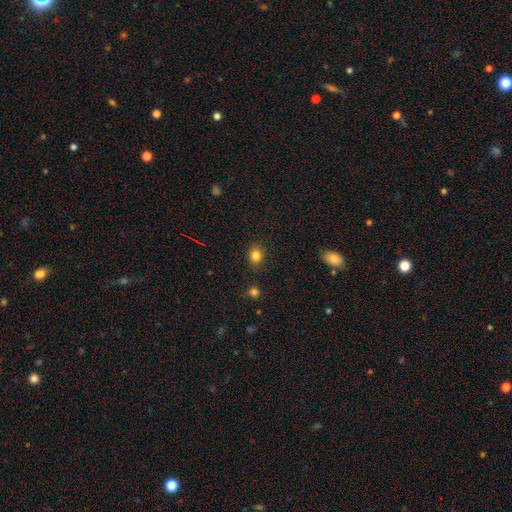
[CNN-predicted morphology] A smooth galaxy with no disk features (82%) that is round (63%).

Vote fractions:
- Smooth or featured? smooth: 82% / star or artifact: 12% / featured or disk: 6%
- How rounded? round: 63% / in between: 36% / cigar-shaped: 1%
- Merging? none: 87% / minor disturbance: 9% / major disturbance: 2% / merger: 2%